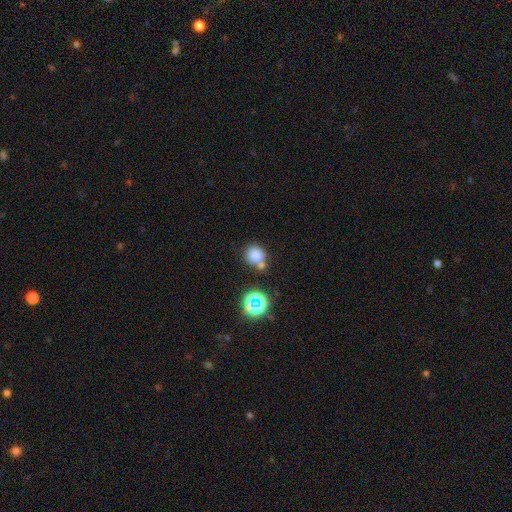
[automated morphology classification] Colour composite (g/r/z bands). It shows a smooth galaxy with no disk features (76%) that is round (85%). Merging: none (60%).